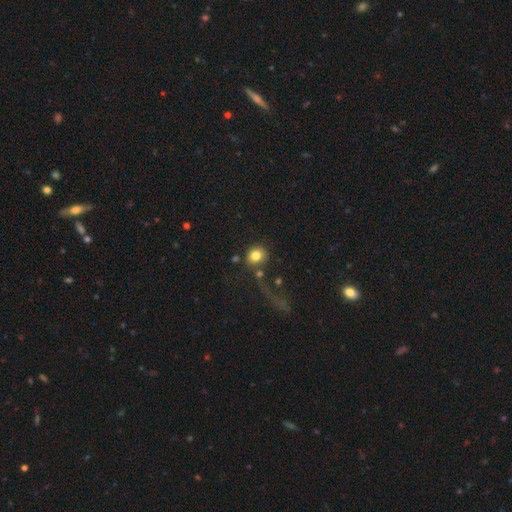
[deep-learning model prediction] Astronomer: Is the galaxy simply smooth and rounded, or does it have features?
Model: smooth — 80%.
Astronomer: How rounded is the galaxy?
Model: round — 81%.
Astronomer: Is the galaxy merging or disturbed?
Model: none — 69%.